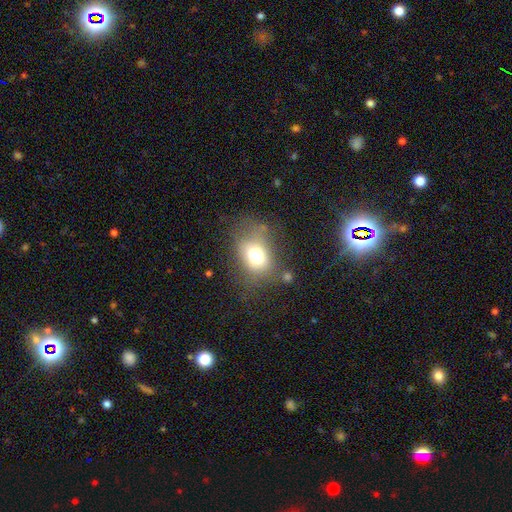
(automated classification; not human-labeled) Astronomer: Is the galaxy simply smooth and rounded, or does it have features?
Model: smooth — 69%.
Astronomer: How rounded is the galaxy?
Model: in between — 62% (runner-up: round, 37%).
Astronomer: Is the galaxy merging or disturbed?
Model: none — 53%.